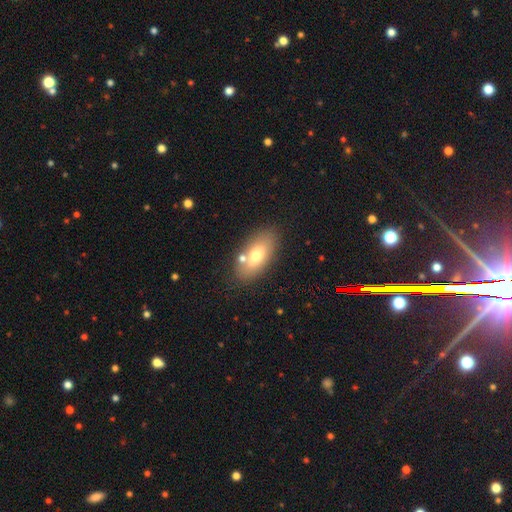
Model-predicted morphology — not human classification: type=smooth (70%); roundness=in between (89%); merging=none (75%).